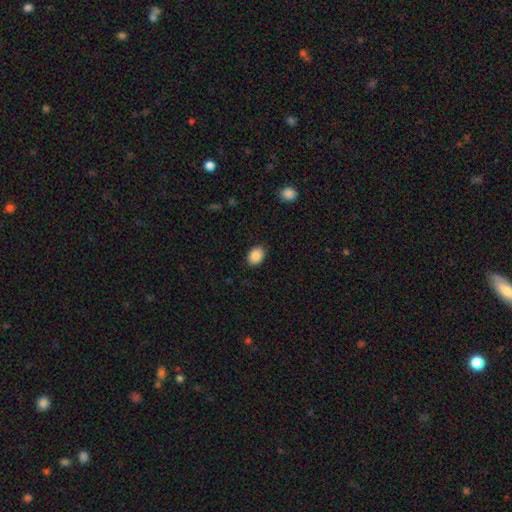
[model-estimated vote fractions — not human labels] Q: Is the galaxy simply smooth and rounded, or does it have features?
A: smooth — 88%.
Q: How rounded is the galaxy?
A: in between — 74%.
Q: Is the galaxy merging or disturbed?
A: none — 88%.